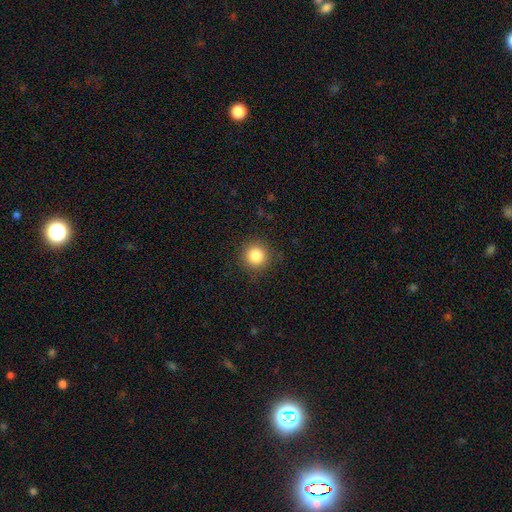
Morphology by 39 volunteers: smooth_or_featured: smooth (p=0.87) [alt: star or artifact p=0.10]
how_rounded: round (p=1.00)
merging: none (p=0.80) [alt: minor disturbance p=0.14]